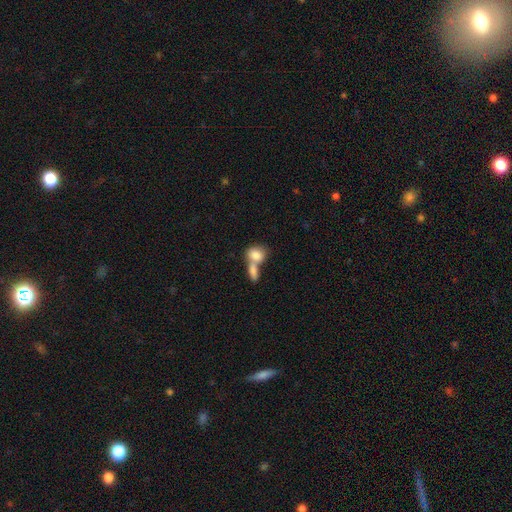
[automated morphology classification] smooth_or_featured: smooth (p=0.82) [alt: featured or disk p=0.11]
how_rounded: in between (p=0.73) [alt: round p=0.24]
merging: merger (p=0.67) [alt: none p=0.21]